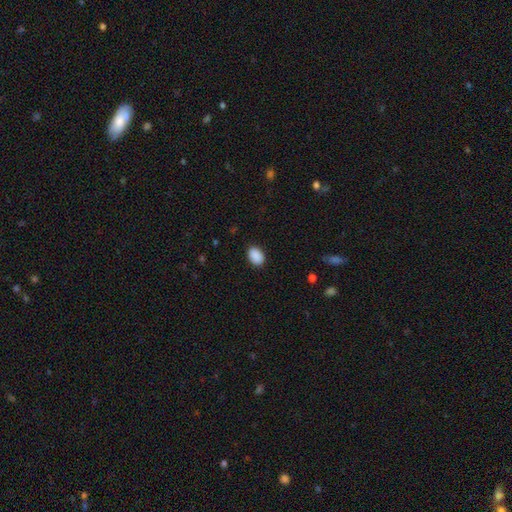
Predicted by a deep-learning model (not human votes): smooth 90%, star or artifact 8%, featured or disk 2%. Down the decision tree: how rounded — in between (82%); merging — none (88%).